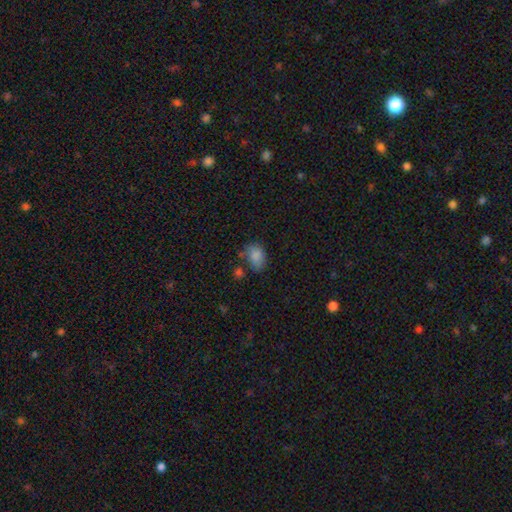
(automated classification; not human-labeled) smooth-or-featured: smooth: 82% | star or artifact: 10% | featured or disk: 7%
  how-rounded: in between: 80% | round: 19% | cigar-shaped: 1%
  merging: none: 51% | minor disturbance: 27% | merger: 11% | major disturbance: 11%